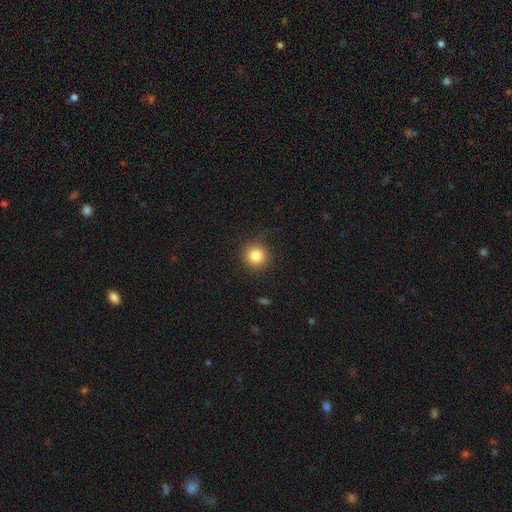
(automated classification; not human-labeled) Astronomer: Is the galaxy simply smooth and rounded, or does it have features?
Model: smooth — 84%.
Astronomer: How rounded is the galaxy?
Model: round — 93%.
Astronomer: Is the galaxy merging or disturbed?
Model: none — 86%.